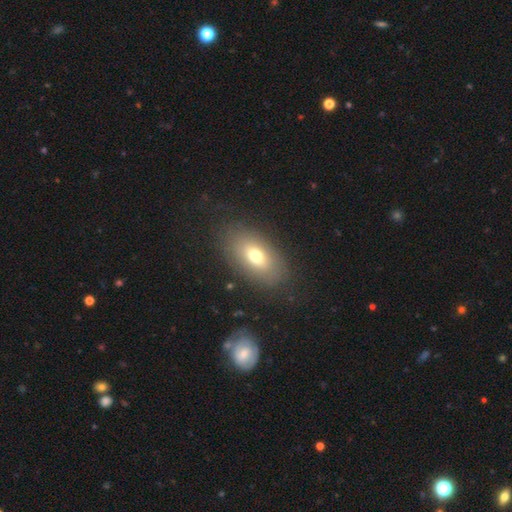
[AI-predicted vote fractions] Q: Smooth or featured?
A: smooth (68%); runner-up: featured or disk (21%)
Q: How rounded?
A: in between (88%); runner-up: round (10%)
Q: Merging?
A: none (81%); runner-up: minor disturbance (11%)